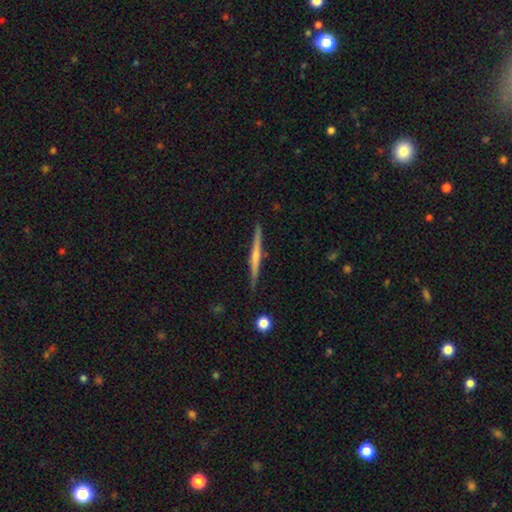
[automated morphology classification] smooth-or-featured: featured or disk: 61% | smooth: 33% | star or artifact: 6%
  disk-edge-on: yes: 98% | no: 2%
    edge-on-bulge: none: 46% | rounded: 44% | boxy: 10%
  merging: none: 90% | minor disturbance: 7% | major disturbance: 1% | merger: 1%